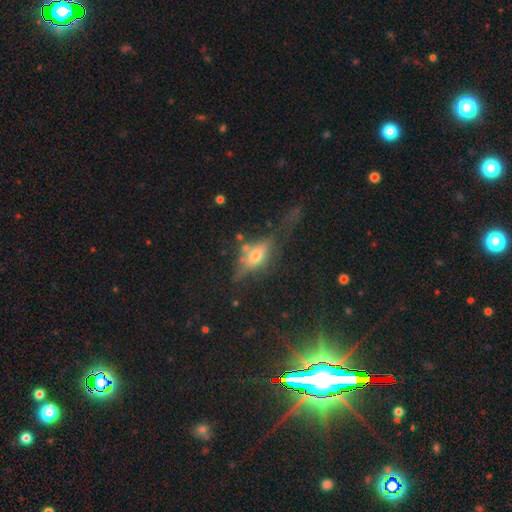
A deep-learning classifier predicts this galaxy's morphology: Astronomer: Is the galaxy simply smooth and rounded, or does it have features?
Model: featured or disk — 48% (runner-up: smooth, 35%).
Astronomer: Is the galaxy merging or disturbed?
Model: none — 50%.